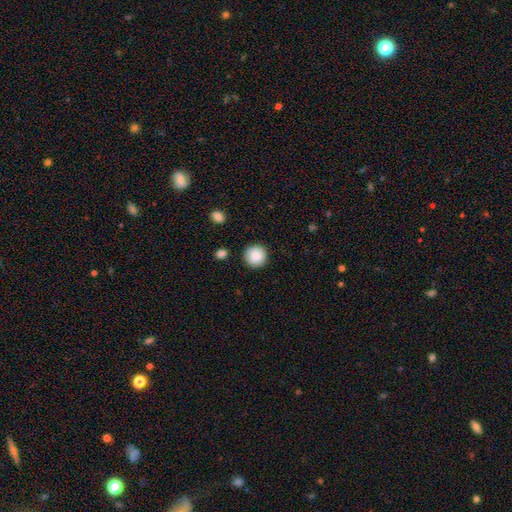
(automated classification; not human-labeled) smooth_or_featured: smooth (p=0.87) [alt: star or artifact p=0.08]
how_rounded: round (p=0.95) [alt: in between p=0.04]
merging: none (p=0.89) [alt: minor disturbance p=0.08]